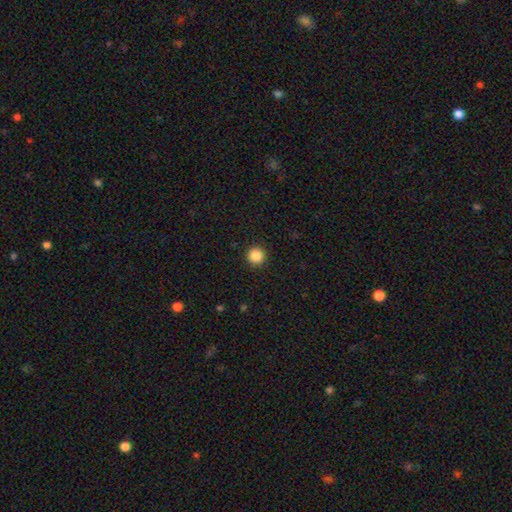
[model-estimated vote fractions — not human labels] Smooth or featured?
  - smooth: 87% *
  - star or artifact: 10%
  - featured or disk: 3%
How rounded?
  - round: 96% *
  - in between: 3%
  - cigar-shaped: 1%
Merging?
  - none: 93% *
  - minor disturbance: 4%
  - major disturbance: 2%
  - merger: 1%